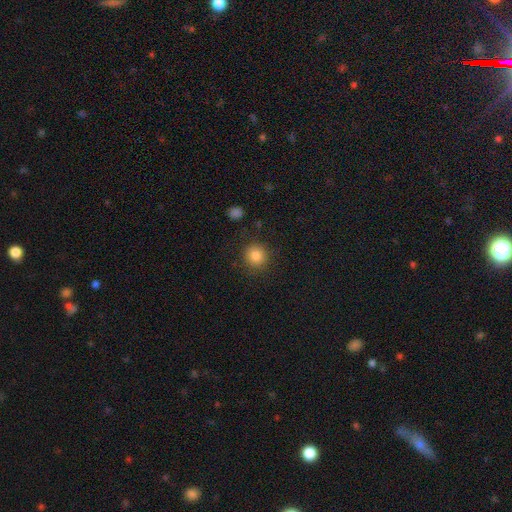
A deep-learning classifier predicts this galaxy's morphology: This is clearly a smooth galaxy (83%). How rounded: clearly round (92%). Merging: clearly none (87%).